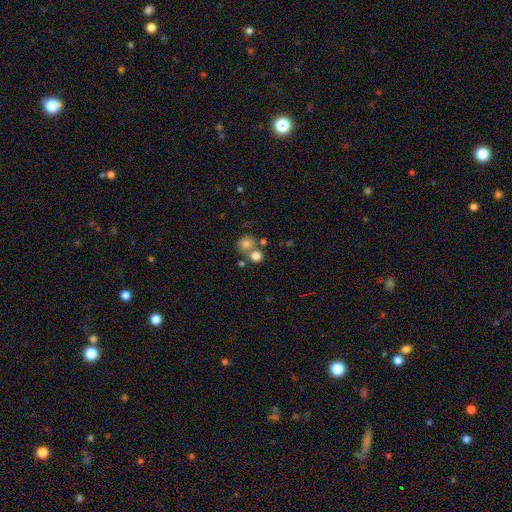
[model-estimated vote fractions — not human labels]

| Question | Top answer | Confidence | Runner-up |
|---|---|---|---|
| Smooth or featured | smooth | 77% | star or artifact (13%) |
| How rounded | round | 81% | in between (18%) |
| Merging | none | 51% | merger (37%) |